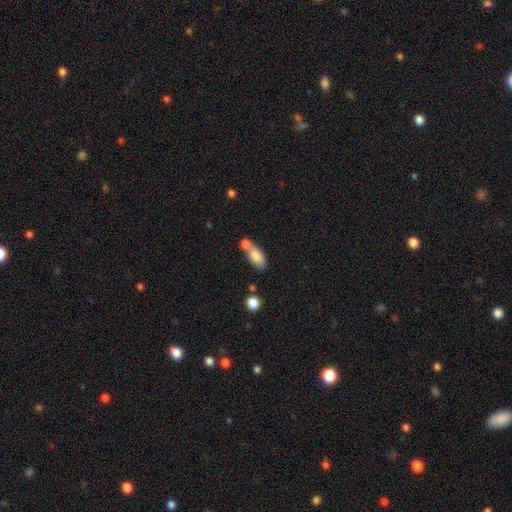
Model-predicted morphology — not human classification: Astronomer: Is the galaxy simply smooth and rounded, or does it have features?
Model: smooth — 78%.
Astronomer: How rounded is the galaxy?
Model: in between — 84%.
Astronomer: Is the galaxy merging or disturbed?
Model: merger — 45% (runner-up: none, 38%).